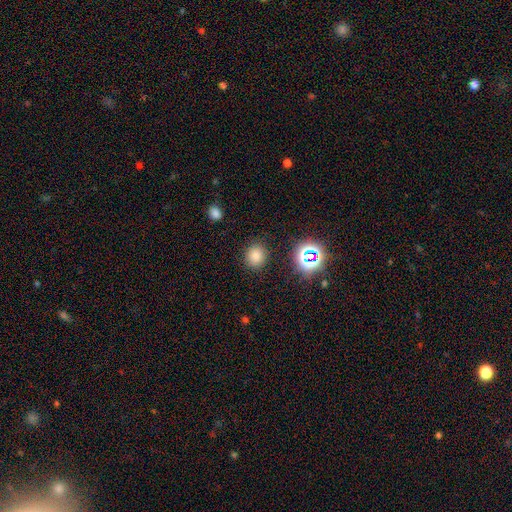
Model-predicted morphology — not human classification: Smooth or featured?
  - smooth: 77% *
  - star or artifact: 17%
  - featured or disk: 6%
How rounded?
  - round: 78% *
  - in between: 21%
  - cigar-shaped: 1%
Merging?
  - none: 87% *
  - minor disturbance: 8%
  - major disturbance: 3%
  - merger: 2%